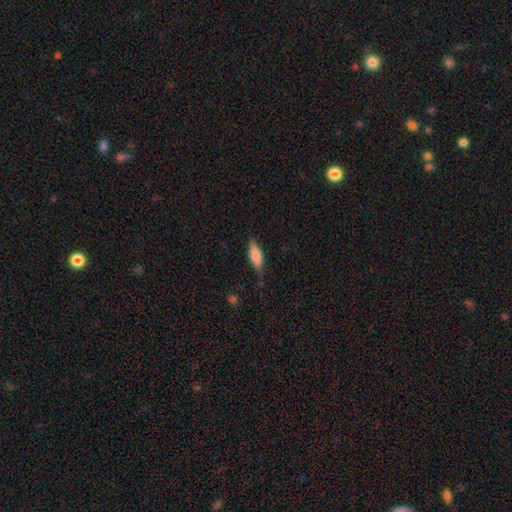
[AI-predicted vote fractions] Smooth or featured: smooth — 70% (featured or disk — 23%)
How rounded: in between — 53% (cigar-shaped — 45%)
Merging: none — 76% (minor disturbance — 18%)